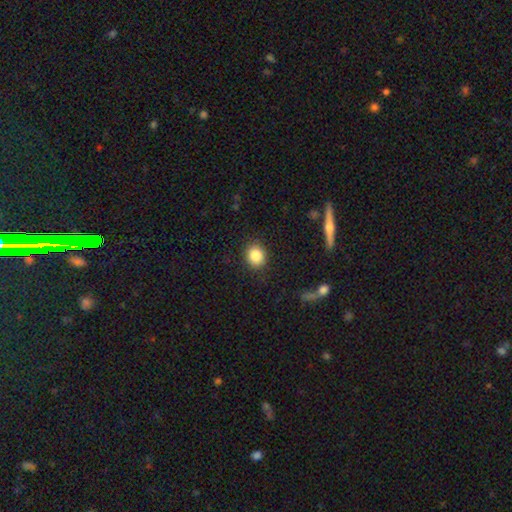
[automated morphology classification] Smooth or featured: smooth — 86% (star or artifact — 9%)
How rounded: round — 74% (in between — 25%)
Merging: none — 88% (minor disturbance — 8%)